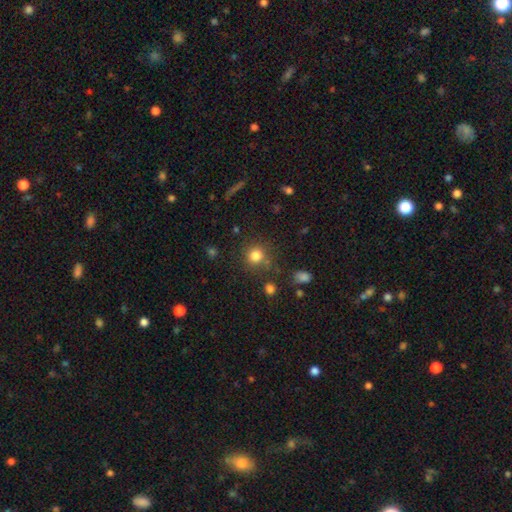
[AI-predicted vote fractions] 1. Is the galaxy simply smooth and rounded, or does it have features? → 81% smooth, 13% star or artifact, 6% featured or disk.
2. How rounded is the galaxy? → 90% round, 9% in between, 1% cigar-shaped.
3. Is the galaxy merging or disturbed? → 79% none, 11% minor disturbance, 6% merger, 5% major disturbance.